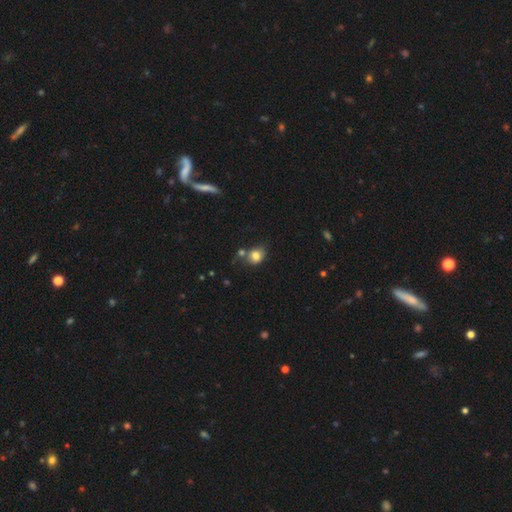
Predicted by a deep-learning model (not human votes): Morphology: type=smooth (80%); roundness=round (58%); merging=none (54%).